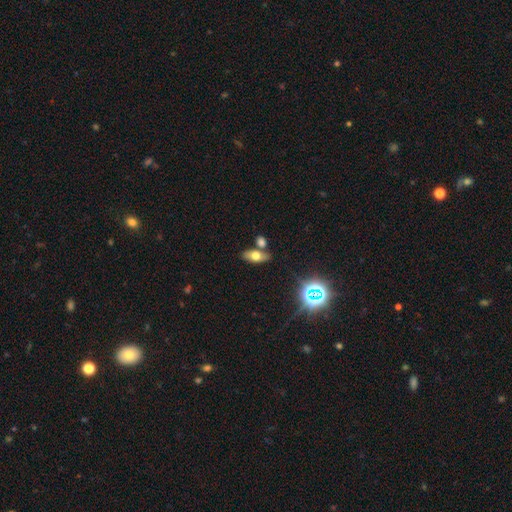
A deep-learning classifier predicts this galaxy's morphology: smooth_or_featured: smooth (p=0.61) [alt: featured or disk p=0.24]
how_rounded: in between (p=0.81) [alt: cigar-shaped p=0.12]
merging: none (p=0.64) [alt: merger p=0.20]